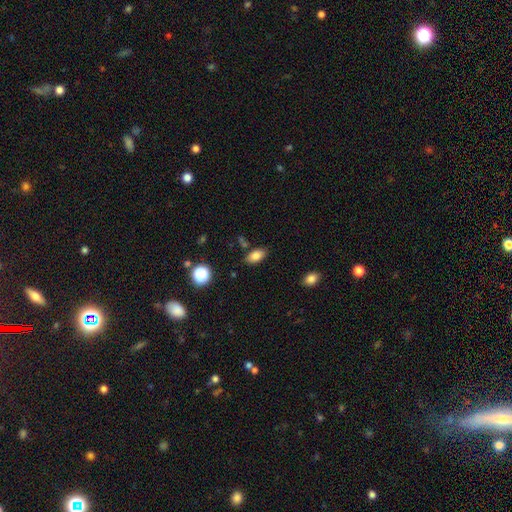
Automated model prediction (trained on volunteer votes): smooth-or-featured: smooth: 81% | star or artifact: 10% | featured or disk: 9%
  how-rounded: in between: 89% | round: 7% | cigar-shaped: 4%
  merging: none: 81% | minor disturbance: 12% | merger: 4% | major disturbance: 3%